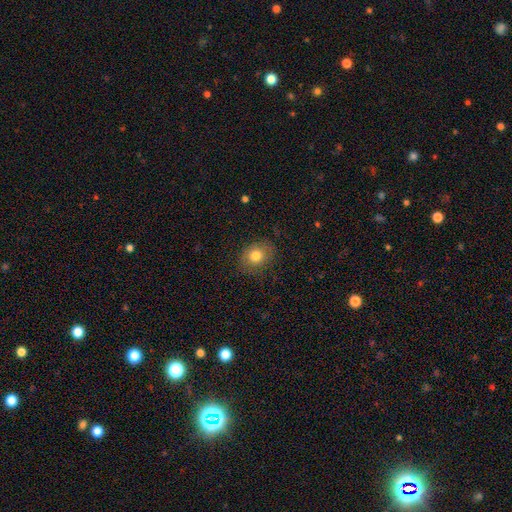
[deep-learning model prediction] A smooth galaxy with no disk features (78%) that is round (57%). Merging: none (82%).